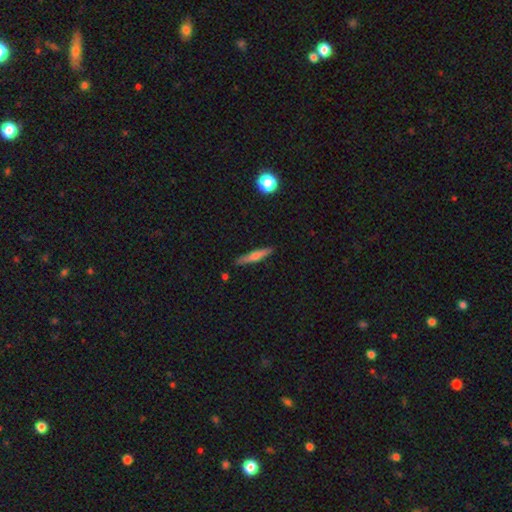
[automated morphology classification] Smooth or featured? Predicted: smooth (p=0.53). How rounded? Predicted: cigar-shaped (p=0.90). Merging? Predicted: none (p=0.87).